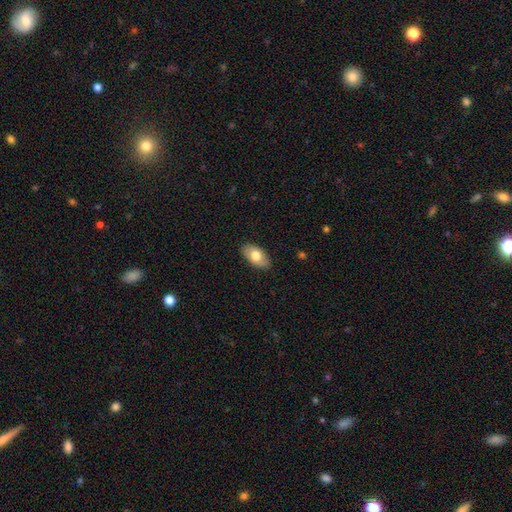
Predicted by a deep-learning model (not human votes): A smooth galaxy with no disk features (72%) that is in between round and cigar-shaped (94%). Merging: none (87%).